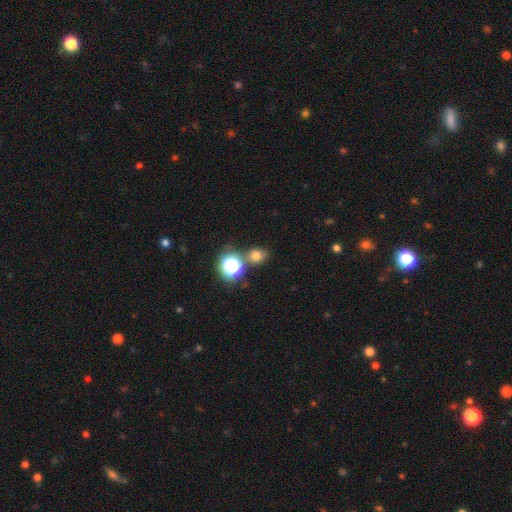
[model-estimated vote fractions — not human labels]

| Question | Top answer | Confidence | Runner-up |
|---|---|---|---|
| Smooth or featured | smooth | 69% | star or artifact (24%) |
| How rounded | round | 64% | in between (35%) |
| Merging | none | 69% | merger (16%) |